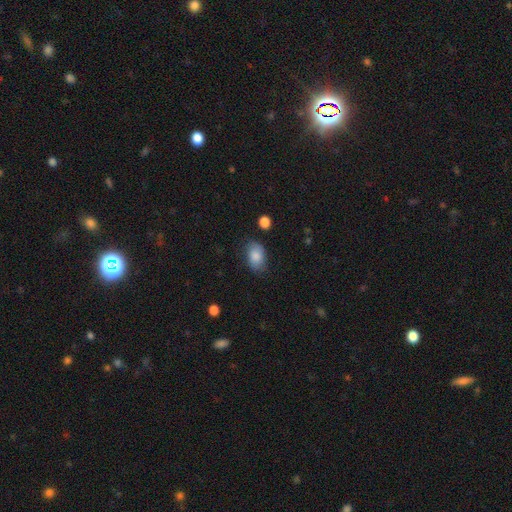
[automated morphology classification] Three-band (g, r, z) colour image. It shows a smooth galaxy with no disk features (85%) that is in between round and cigar-shaped (86%). Merging: none (73%).